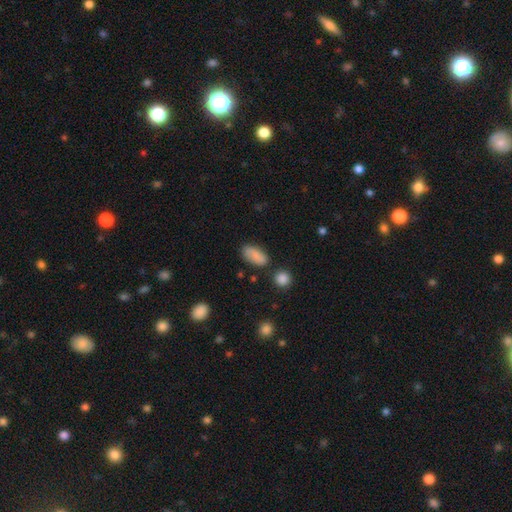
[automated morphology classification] type=smooth (83%); roundness=in between (90%); merging=none (74%).